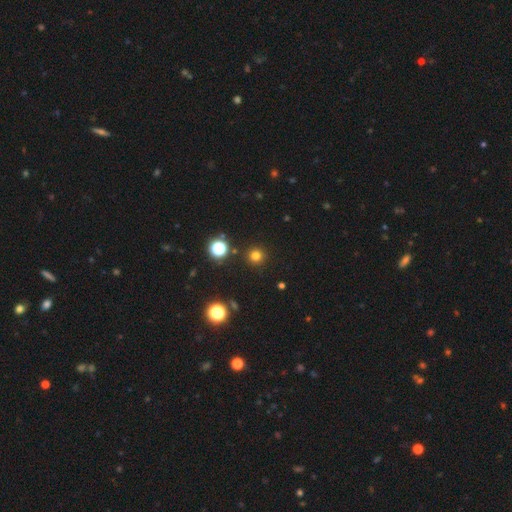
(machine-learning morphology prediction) Q: Smooth or featured?
A: smooth (75%); runner-up: star or artifact (20%)
Q: How rounded?
A: round (95%); runner-up: in between (4%)
Q: Merging?
A: none (91%); runner-up: minor disturbance (5%)